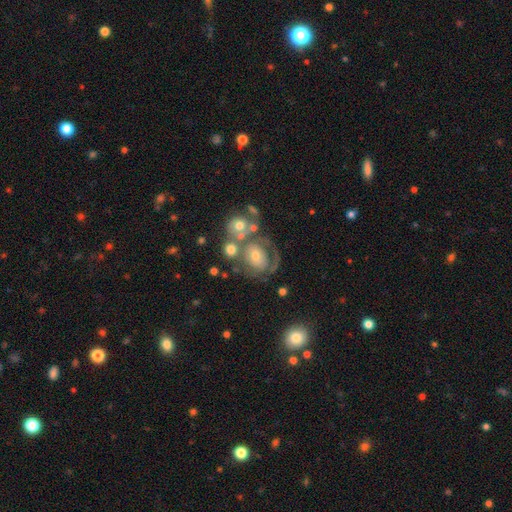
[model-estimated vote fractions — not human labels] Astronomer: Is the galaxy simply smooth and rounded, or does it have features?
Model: featured or disk — 59%.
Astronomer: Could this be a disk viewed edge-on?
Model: no — 96%.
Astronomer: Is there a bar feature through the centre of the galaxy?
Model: no — 75%.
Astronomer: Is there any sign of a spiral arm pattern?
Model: no — 52% (runner-up: yes, 48%).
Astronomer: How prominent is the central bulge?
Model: moderate — 46% (runner-up: small, 41%).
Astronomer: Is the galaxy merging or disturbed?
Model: none — 41% (runner-up: major disturbance, 22%).